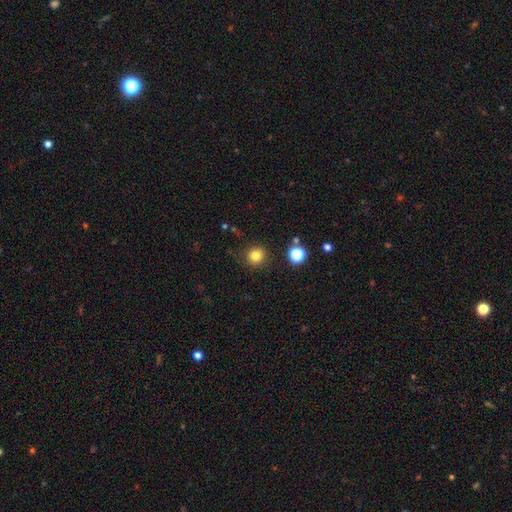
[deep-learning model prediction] Q: Smooth or featured?
A: smooth (81%); runner-up: star or artifact (14%)
Q: How rounded?
A: round (92%); runner-up: in between (7%)
Q: Merging?
A: none (88%); runner-up: minor disturbance (7%)